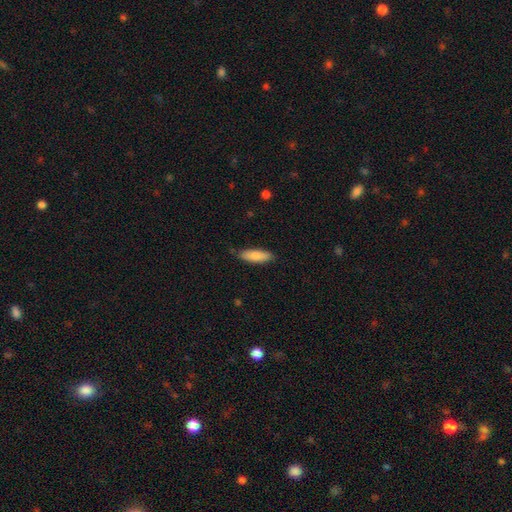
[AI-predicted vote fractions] Smooth or featured? smooth (83%)
How rounded? in between (55%)
Merging? none (83%)